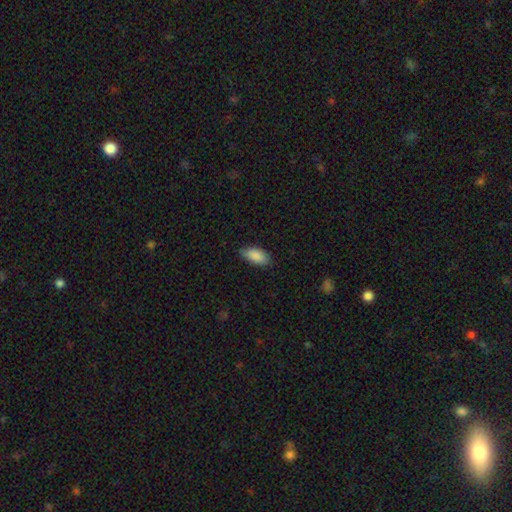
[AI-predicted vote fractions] Morphology: type=smooth (88%); roundness=in between (91%); merging=none (78%).